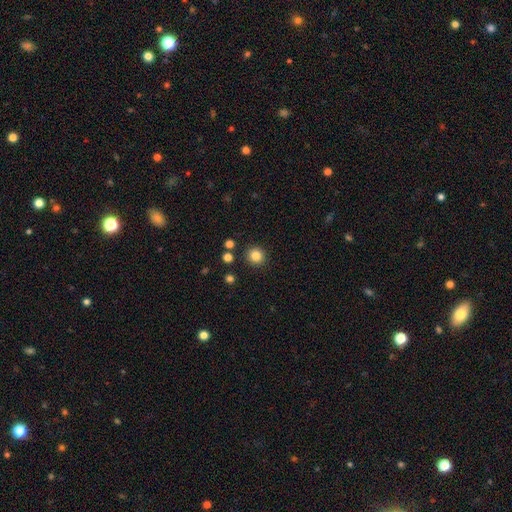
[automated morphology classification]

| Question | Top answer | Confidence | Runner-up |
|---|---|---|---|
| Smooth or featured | smooth | 84% | star or artifact (11%) |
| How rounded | round | 93% | in between (6%) |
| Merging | none | 90% | minor disturbance (5%) |